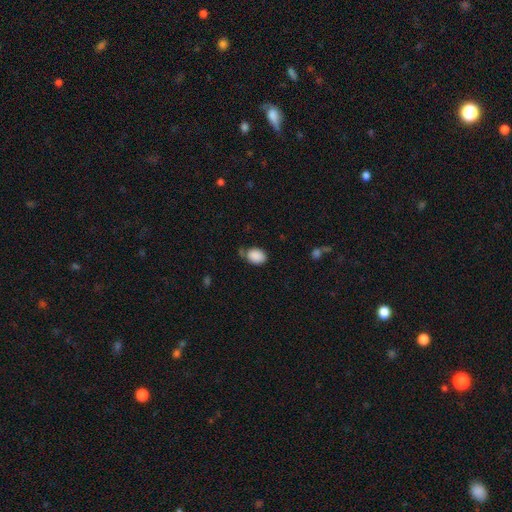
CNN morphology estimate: Smooth or featured: smooth — 88% (star or artifact — 8%)
How rounded: in between — 74% (round — 25%)
Merging: none — 65% (minor disturbance — 23%)